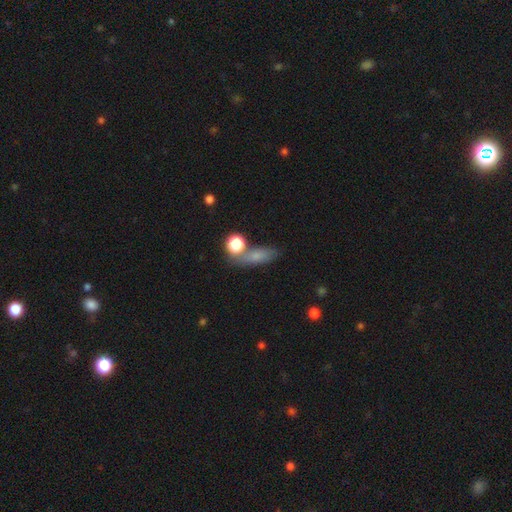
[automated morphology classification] smooth-or-featured: smooth: 72% | featured or disk: 14% | star or artifact: 14%
  how-rounded: in between: 52% | cigar-shaped: 31% | round: 17%
  merging: none: 60% | merger: 17% | minor disturbance: 16% | major disturbance: 8%